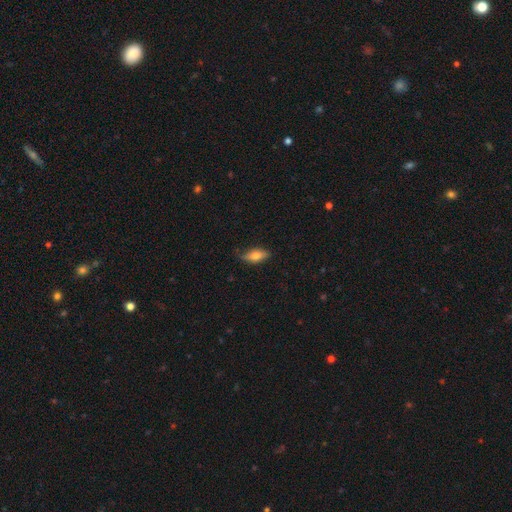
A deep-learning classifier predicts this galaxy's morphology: Smooth or featured: smooth — 71% (featured or disk — 22%)
How rounded: in between — 78% (cigar-shaped — 19%)
Merging: none — 71% (minor disturbance — 24%)